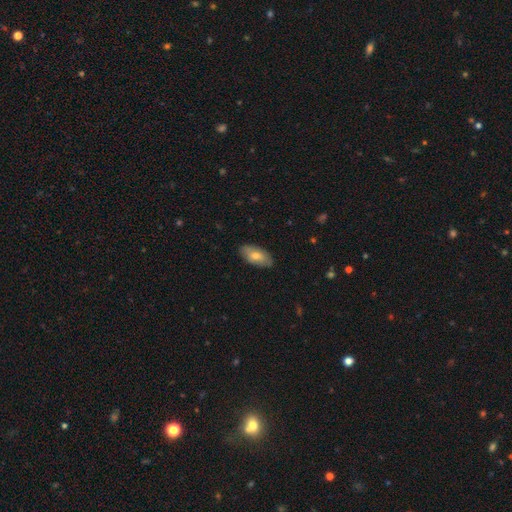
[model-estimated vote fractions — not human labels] smooth-or-featured: smooth: 66% | featured or disk: 28% | star or artifact: 6%
  how-rounded: in between: 92% | cigar-shaped: 5% | round: 3%
  merging: none: 84% | minor disturbance: 12% | major disturbance: 2% | merger: 1%